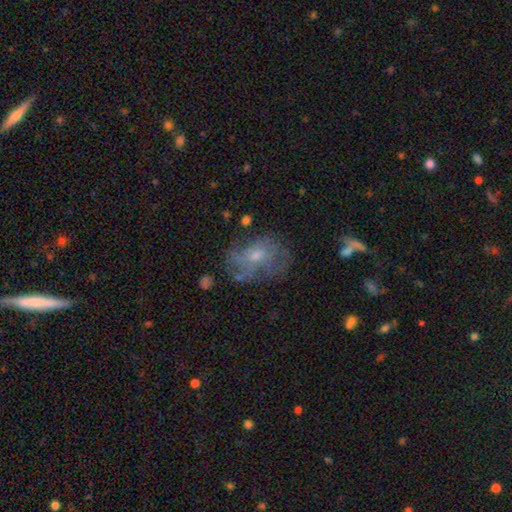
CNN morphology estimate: smooth-or-featured: featured or disk: 56% | smooth: 30% | star or artifact: 13%
  disk-edge-on: no: 96% | yes: 4%
    bar: no: 77% | weak: 20% | strong: 3%
    has-spiral-arms: yes: 60% | no: 40%
    bulge-size: small: 57% | moderate: 36% | none: 4% | large: 2% | dominant: 1%
  merging: none: 59% | minor disturbance: 22% | major disturbance: 16% | merger: 3%